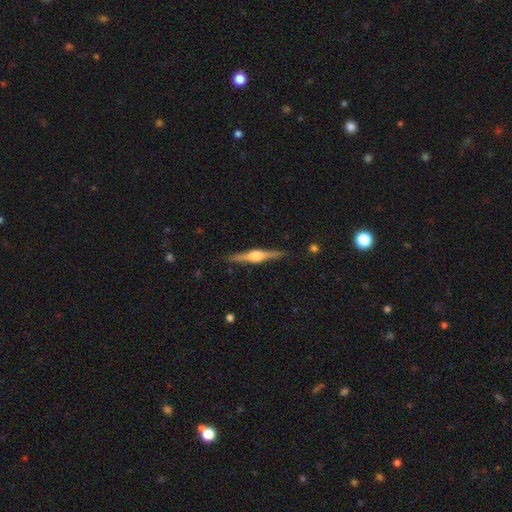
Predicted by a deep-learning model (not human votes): A featured or disk galaxy (79%) viewed edge-on (98%) with a rounded central bulge (89%).

Vote fractions:
- Smooth or featured? featured or disk: 79% / smooth: 16% / star or artifact: 6%
- Edge-on disk? yes: 98% / no: 2%
- Edge-on bulge? rounded: 89% / boxy: 8% / none: 2%
- Merging? none: 89% / minor disturbance: 8% / major disturbance: 2% / merger: 1%